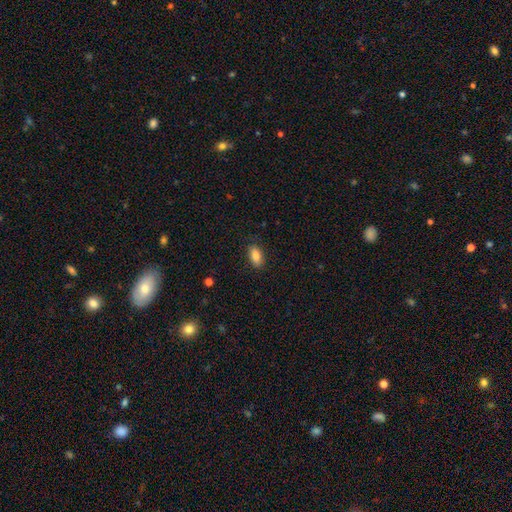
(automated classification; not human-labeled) Smooth or featured? Predicted: smooth (p=0.83). How rounded? Predicted: in between (p=0.91). Merging? Predicted: none (p=0.86).